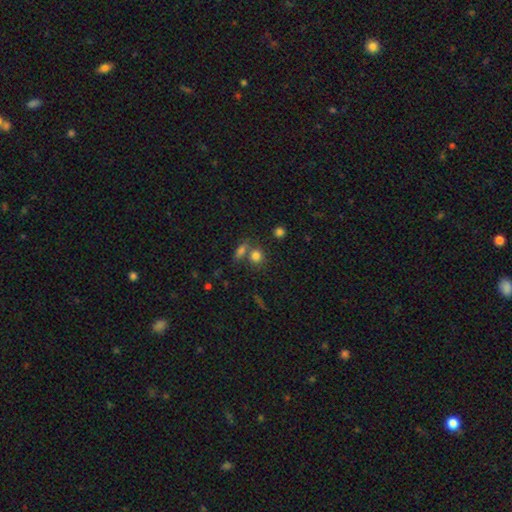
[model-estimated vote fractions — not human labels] Smooth or featured? smooth (79%)
How rounded? round (72%)
Merging? none (57%)